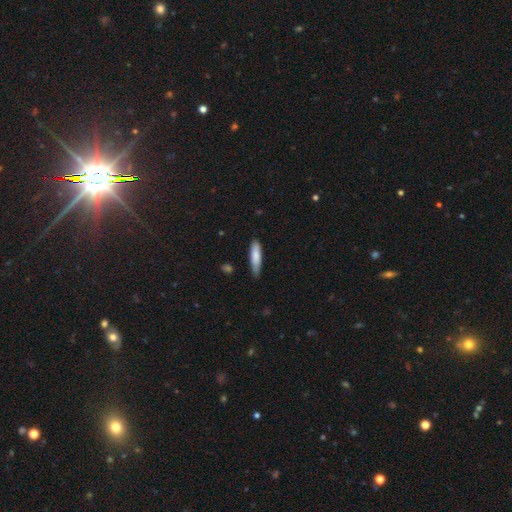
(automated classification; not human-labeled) This is likely a smooth galaxy (79%). How rounded: likely cigar-shaped (73%). Merging: likely none (67%).